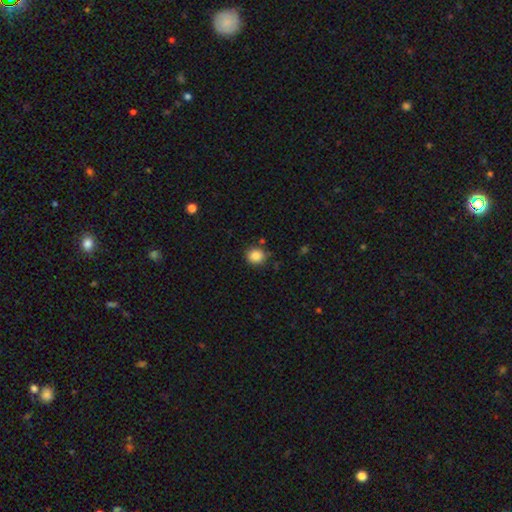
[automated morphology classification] smooth_or_featured: smooth (p=0.86) [alt: star or artifact p=0.10]
how_rounded: round (p=0.86) [alt: in between p=0.13]
merging: none (p=0.84) [alt: minor disturbance p=0.10]